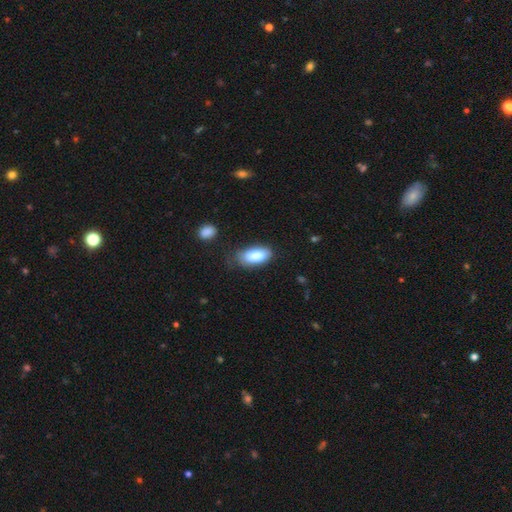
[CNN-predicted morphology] This appears to be a smooth galaxy with no disk features (84%) that is in between round and cigar-shaped (91%). Merging: none (63%).